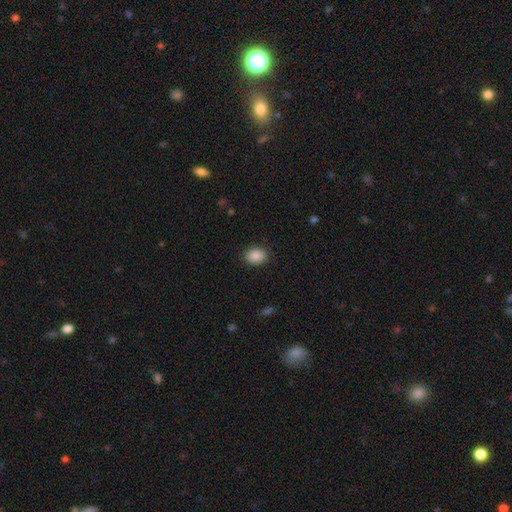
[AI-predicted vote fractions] This is clearly a smooth galaxy (88%). How rounded: possibly in between (57%). Merging: clearly none (88%).